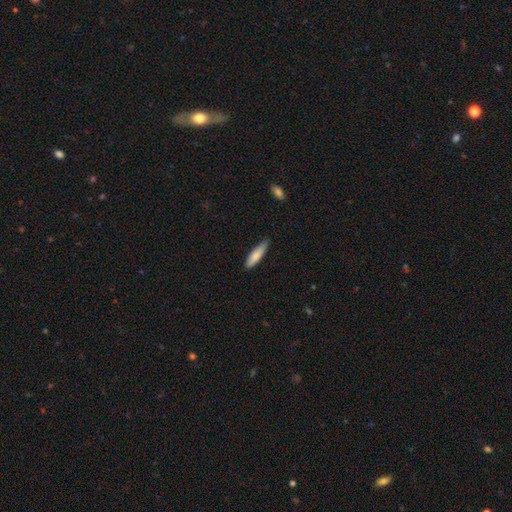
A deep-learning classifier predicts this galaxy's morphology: The model was most divided on "how rounded": cigar-shaped: 71%, in between: 27%, round: 1%. More confident: smooth or featured — smooth (81%); merging — none (77%).